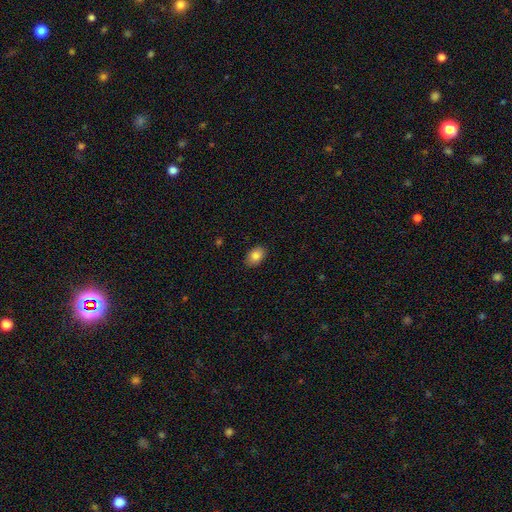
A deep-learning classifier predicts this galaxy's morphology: smooth 84%, star or artifact 8%, featured or disk 8%. Down the decision tree: how rounded — in between (84%); merging — none (87%).